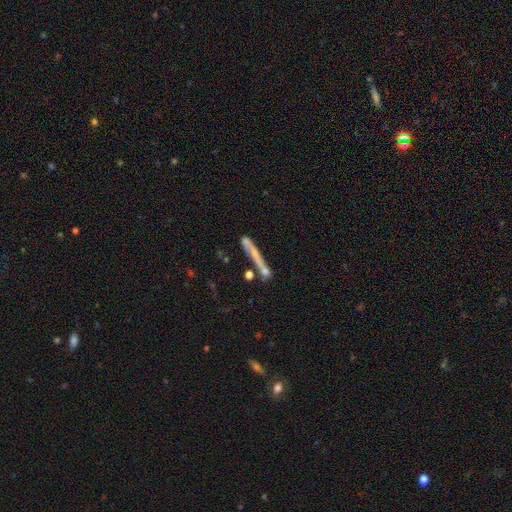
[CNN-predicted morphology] Smooth or featured?
  - featured or disk: 45% *
  - smooth: 43%
  - star or artifact: 12%
Merging?
  - none: 47% *
  - merger: 24%
  - minor disturbance: 17%
  - major disturbance: 12%